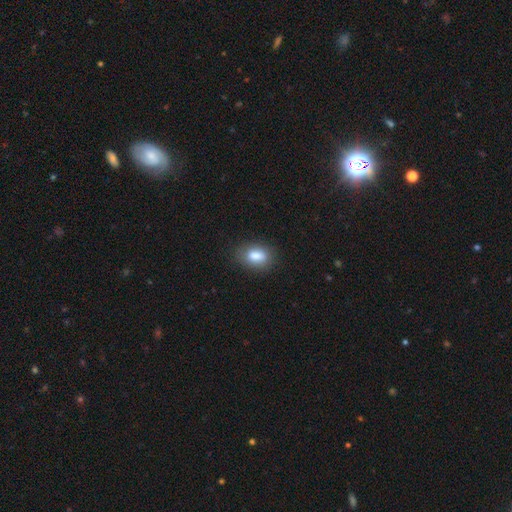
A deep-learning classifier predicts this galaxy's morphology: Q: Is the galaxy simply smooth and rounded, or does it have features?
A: smooth — 82%.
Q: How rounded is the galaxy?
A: in between — 83%.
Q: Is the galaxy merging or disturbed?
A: none — 80%.